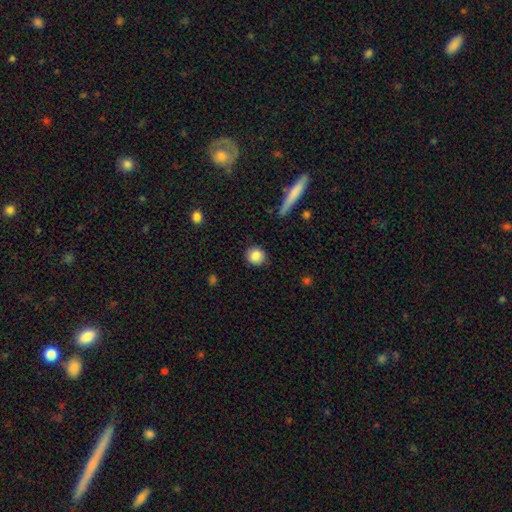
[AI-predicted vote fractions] A smooth galaxy with no disk features (86%) that is round (87%). Merging: none (87%).